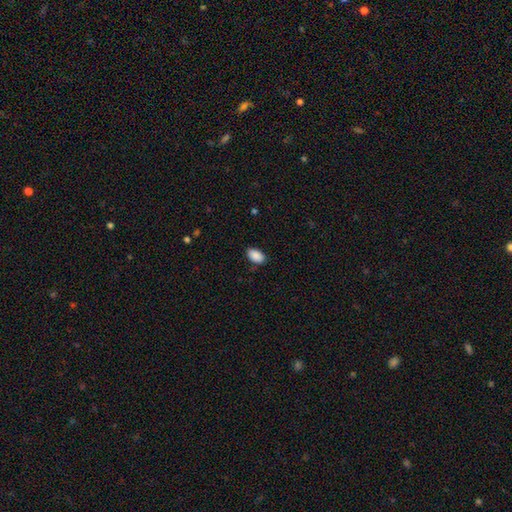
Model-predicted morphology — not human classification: The model was most divided on "merging": none: 84%, minor disturbance: 12%, major disturbance: 2%, merger: 1%. More confident: how rounded — in between (94%); smooth or featured — smooth (90%).